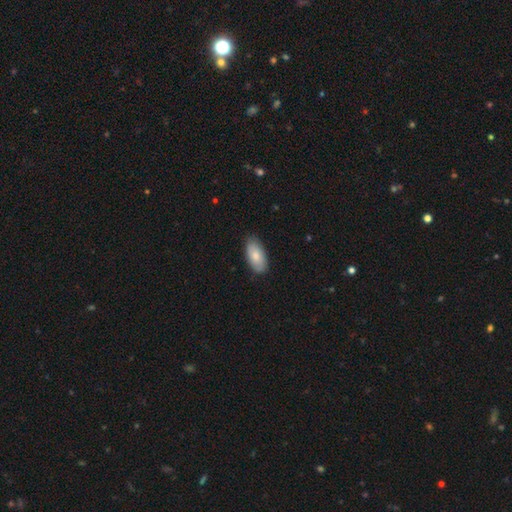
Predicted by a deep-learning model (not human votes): Overall: smooth (80%). How rounded: in between (93%). Merging: none (83%).